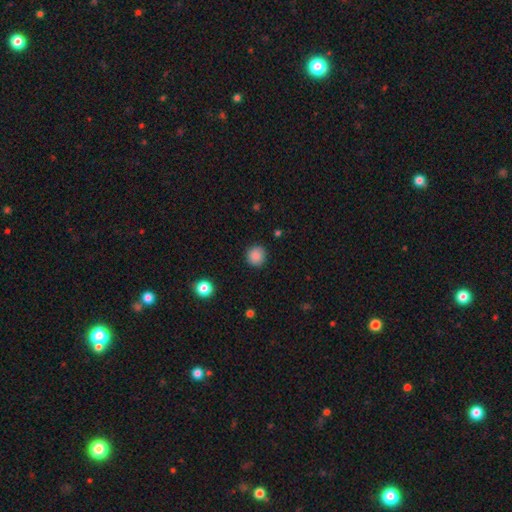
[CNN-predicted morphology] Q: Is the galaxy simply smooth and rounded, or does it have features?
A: smooth — 87%.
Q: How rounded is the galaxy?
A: round — 91%.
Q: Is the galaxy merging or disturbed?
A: none — 89%.